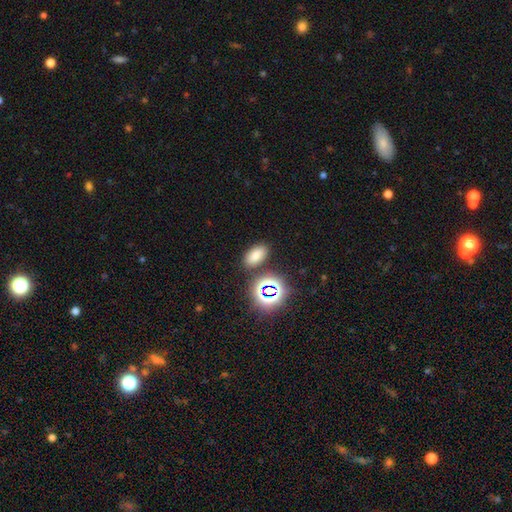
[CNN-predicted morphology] type=smooth (69%); roundness=in between (84%); merging=none (83%).